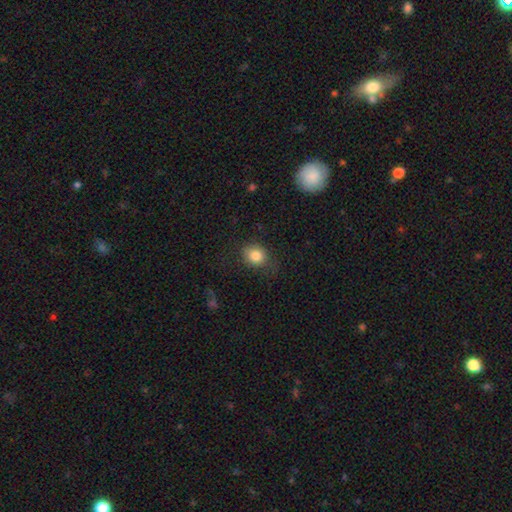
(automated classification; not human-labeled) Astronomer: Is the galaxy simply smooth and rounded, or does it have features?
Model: smooth — 84%.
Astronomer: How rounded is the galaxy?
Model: round — 62%.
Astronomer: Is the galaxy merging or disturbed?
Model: none — 74%.